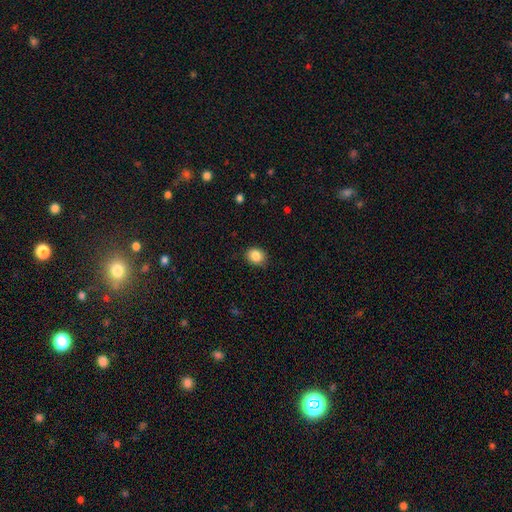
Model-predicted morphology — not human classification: Smooth or featured?
  - smooth: 86% *
  - star or artifact: 9%
  - featured or disk: 5%
How rounded?
  - round: 61% *
  - in between: 38%
  - cigar-shaped: 1%
Merging?
  - none: 84% *
  - minor disturbance: 13%
  - major disturbance: 2%
  - merger: 1%